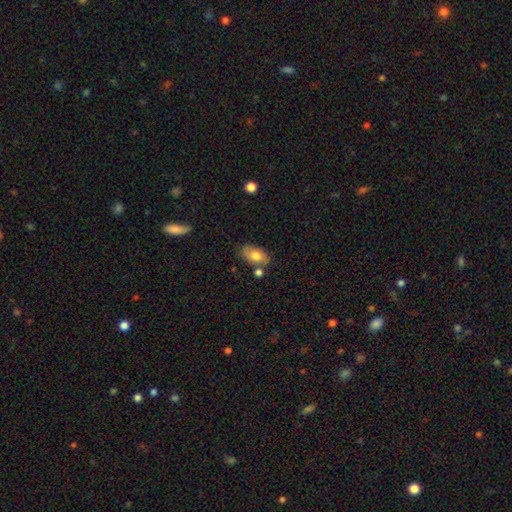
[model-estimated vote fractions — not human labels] Smooth or featured? smooth (74%)
How rounded? in between (92%)
Merging? none (67%)